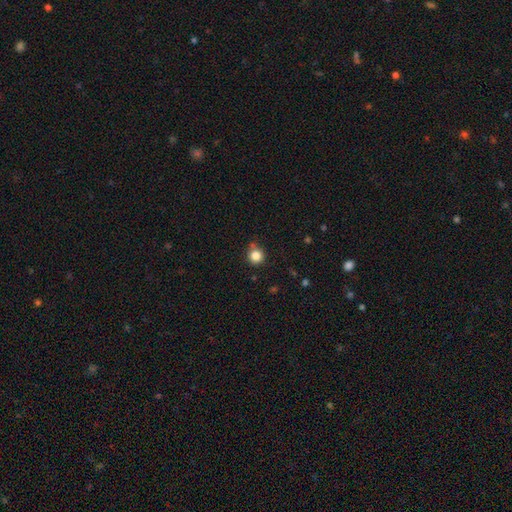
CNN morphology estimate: A smooth galaxy with no disk features (84%) that is round (93%).

Vote fractions:
- Smooth or featured? smooth: 84% / star or artifact: 11% / featured or disk: 5%
- How rounded? round: 93% / in between: 6% / cigar-shaped: 1%
- Merging? none: 76% / minor disturbance: 14% / merger: 6% / major disturbance: 3%